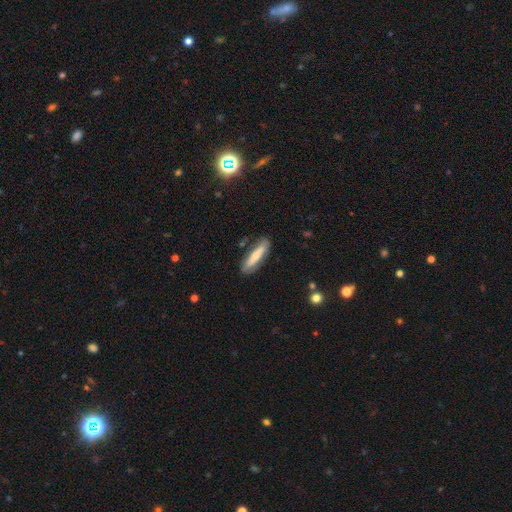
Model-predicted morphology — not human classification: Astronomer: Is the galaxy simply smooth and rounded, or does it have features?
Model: smooth — 57% (runner-up: featured or disk, 37%).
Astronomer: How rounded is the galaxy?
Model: cigar-shaped — 71%.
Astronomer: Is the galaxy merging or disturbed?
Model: none — 81%.